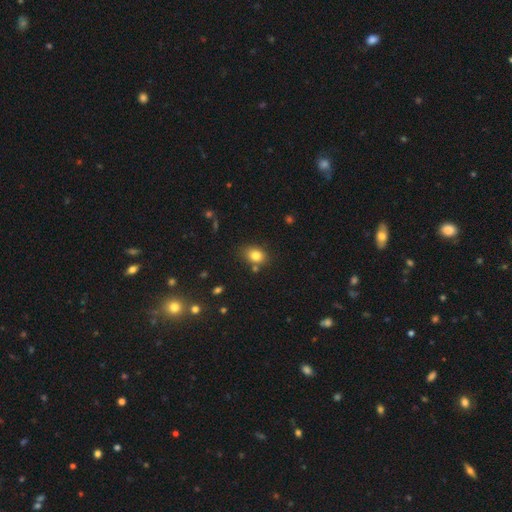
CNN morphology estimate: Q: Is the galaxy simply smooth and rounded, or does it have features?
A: smooth — 80%.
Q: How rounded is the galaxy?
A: in between — 55%.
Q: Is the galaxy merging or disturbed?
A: none — 75%.